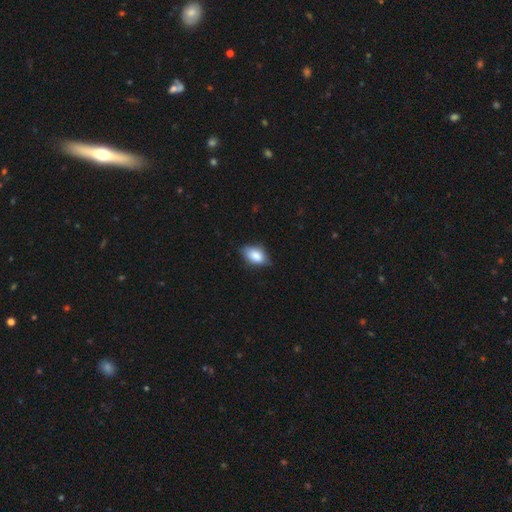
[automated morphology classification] type=smooth (82%); roundness=in between (88%); merging=none (70%).